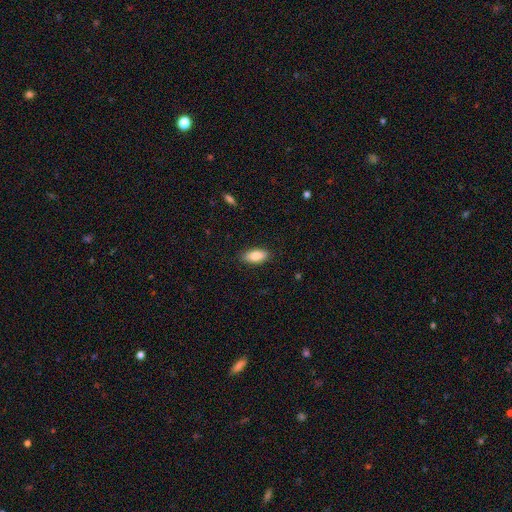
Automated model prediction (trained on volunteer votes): A smooth galaxy with no disk features (85%) that is in between round and cigar-shaped (90%). Merging: none (87%).